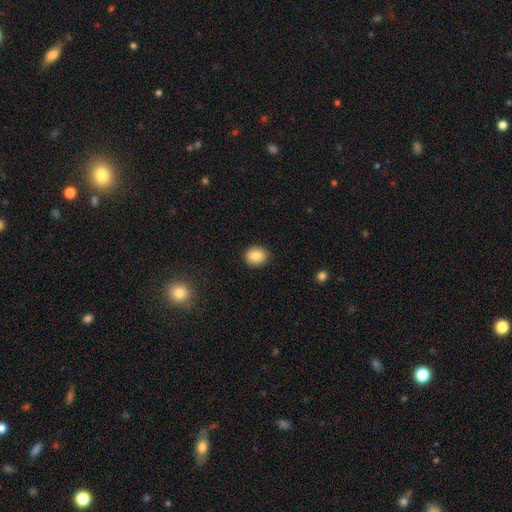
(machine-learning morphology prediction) type=smooth (85%); roundness=round (61%); merging=none (89%).